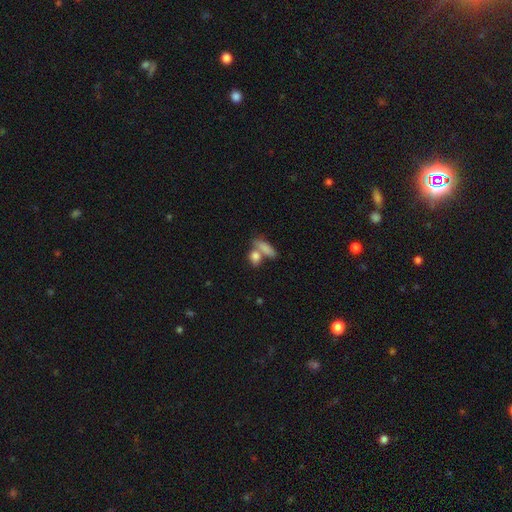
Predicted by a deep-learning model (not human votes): Smooth or featured? smooth (81%)
How rounded? in between (67%)
Merging? merger (43%)